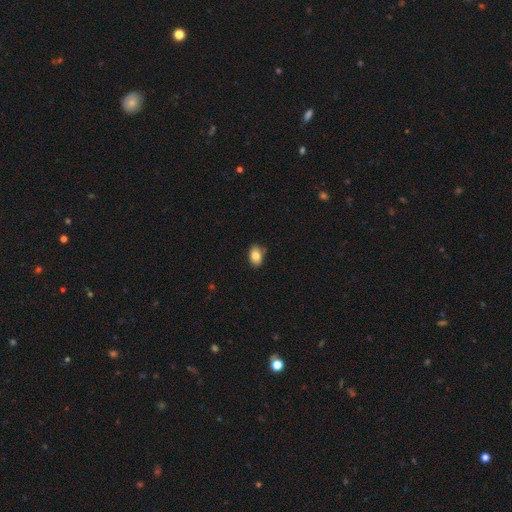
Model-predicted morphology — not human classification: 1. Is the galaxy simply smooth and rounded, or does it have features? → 85% smooth, 8% star or artifact, 7% featured or disk.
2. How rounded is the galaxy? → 84% in between, 14% round, 1% cigar-shaped.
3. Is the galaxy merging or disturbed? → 78% none, 17% minor disturbance, 3% major disturbance, 2% merger.